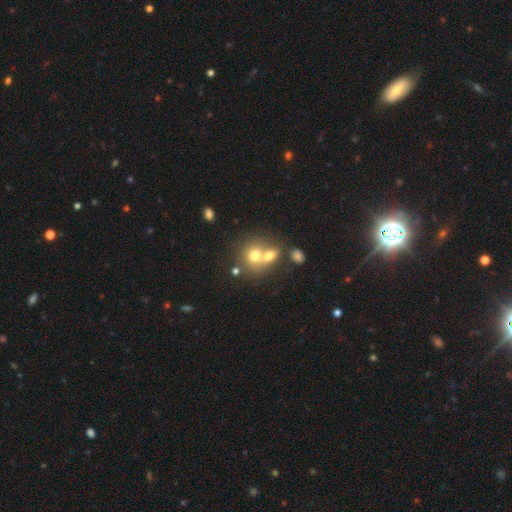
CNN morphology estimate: smooth-or-featured: smooth: 68% | featured or disk: 20% | star or artifact: 12%
  how-rounded: round: 70% | in between: 29% | cigar-shaped: 1%
  merging: merger: 58% | none: 31% | minor disturbance: 7% | major disturbance: 4%